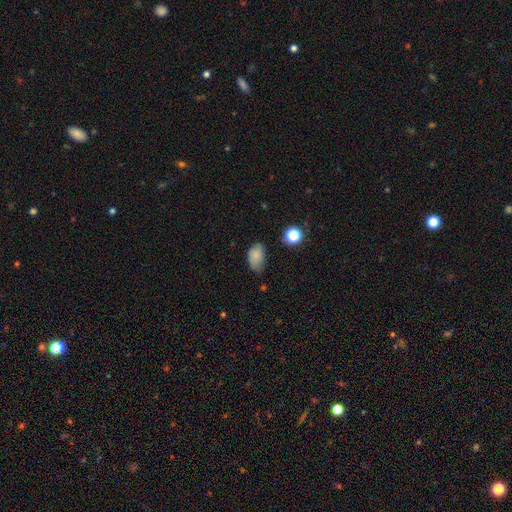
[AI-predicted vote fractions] Smooth or featured? smooth (79%)
How rounded? in between (89%)
Merging? none (54%)